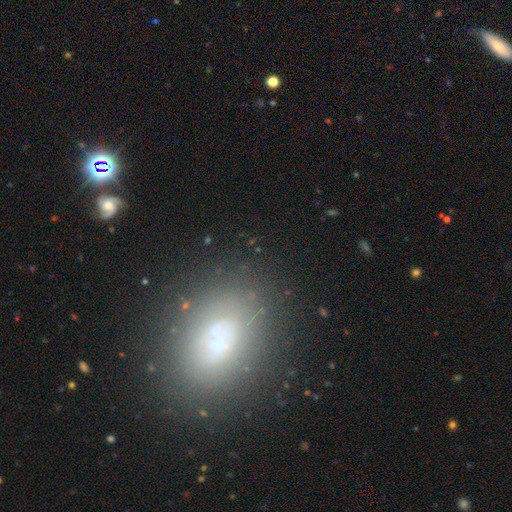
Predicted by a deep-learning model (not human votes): smooth_or_featured: smooth (p=0.59) [alt: featured or disk p=0.21]
how_rounded: in between (p=0.78) [alt: round p=0.20]
merging: none (p=0.80) [alt: minor disturbance p=0.13]